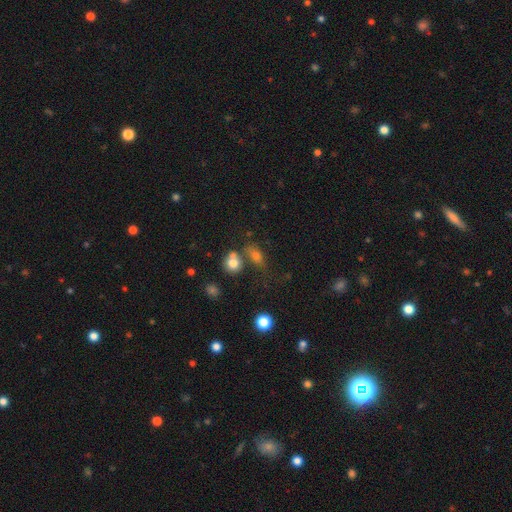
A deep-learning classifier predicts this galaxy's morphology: A smooth galaxy with no disk features (73%) that is in between round and cigar-shaped (67%). Merging: none (50%).